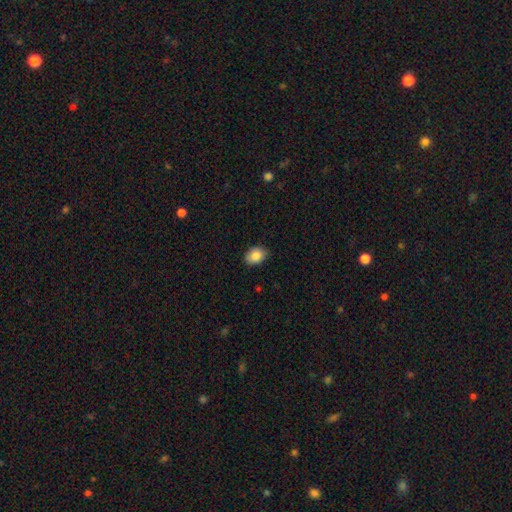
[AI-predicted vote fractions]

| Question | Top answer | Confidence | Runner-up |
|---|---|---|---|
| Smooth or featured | smooth | 86% | star or artifact (8%) |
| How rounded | in between | 76% | round (23%) |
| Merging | none | 86% | minor disturbance (11%) |